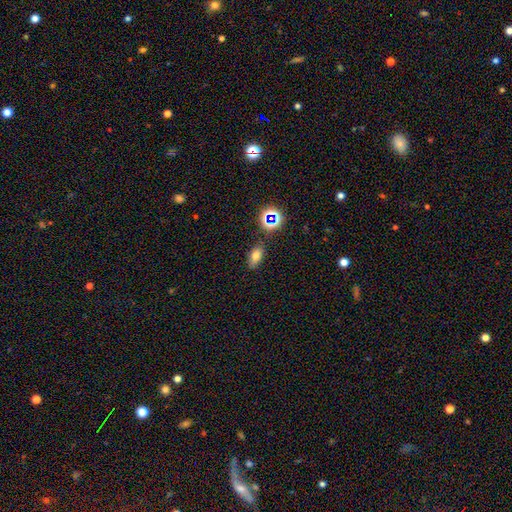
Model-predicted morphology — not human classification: Smooth or featured? smooth (69%)
How rounded? in between (84%)
Merging? none (81%)